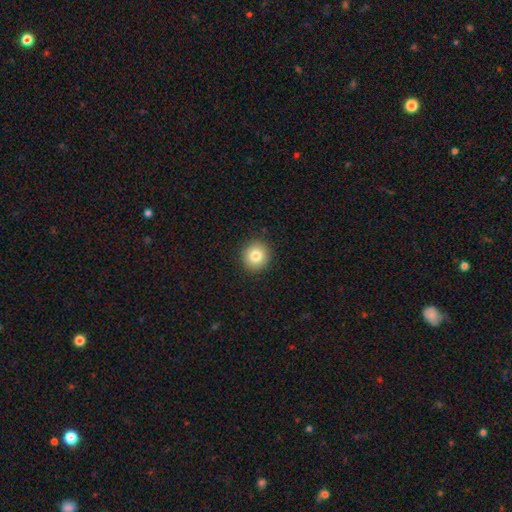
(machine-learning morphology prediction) Overall: smooth (82%). How rounded: round (90%). Merging: none (91%).